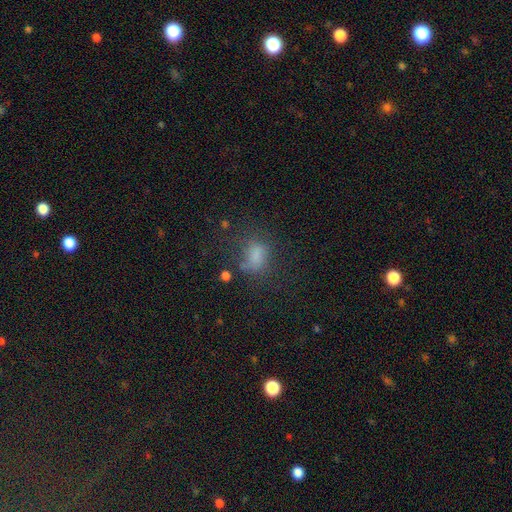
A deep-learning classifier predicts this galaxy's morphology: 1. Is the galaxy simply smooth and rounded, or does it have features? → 72% smooth, 17% star or artifact, 11% featured or disk.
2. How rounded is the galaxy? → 71% in between, 26% round, 3% cigar-shaped.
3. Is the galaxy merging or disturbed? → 50% none, 23% minor disturbance, 21% major disturbance, 6% merger.